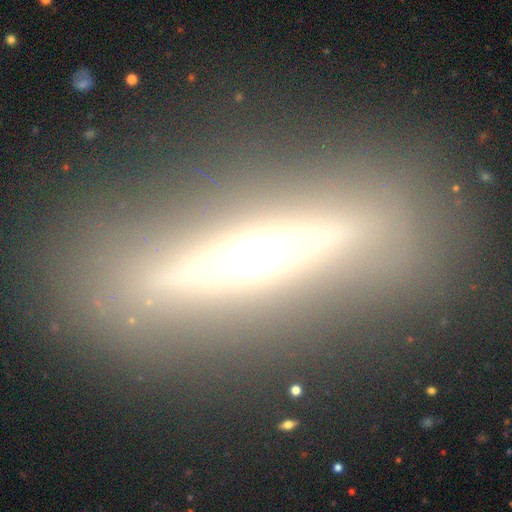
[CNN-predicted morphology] A featured or disk galaxy (65%) viewed edge-on (86%) with a rounded central bulge (90%). Merging: none (85%).